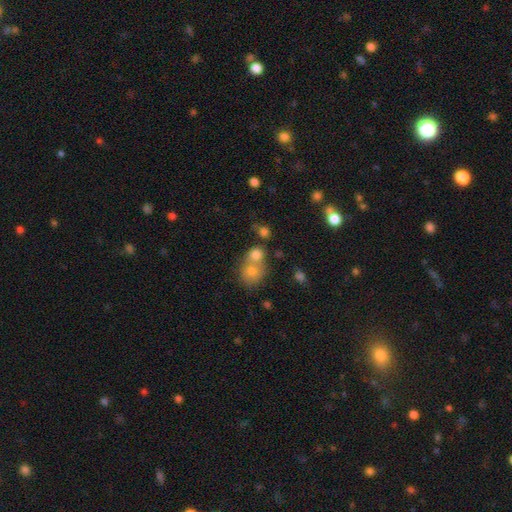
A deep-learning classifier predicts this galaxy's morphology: Q: Smooth or featured?
A: smooth (72%); runner-up: star or artifact (15%)
Q: How rounded?
A: round (71%); runner-up: in between (27%)
Q: Merging?
A: merger (50%); runner-up: none (40%)